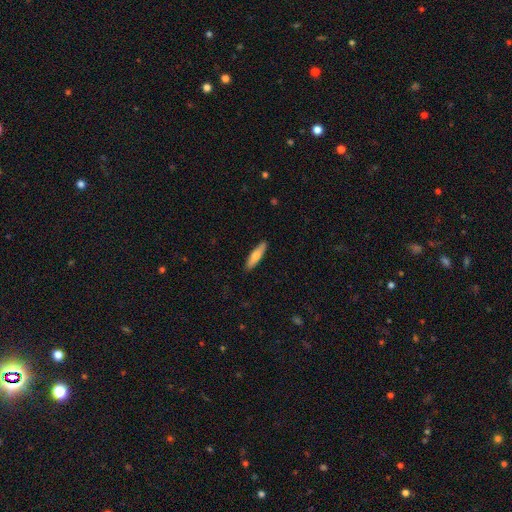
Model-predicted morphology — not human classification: Smooth or featured?
  - smooth: 67% *
  - featured or disk: 27%
  - star or artifact: 6%
How rounded?
  - cigar-shaped: 73% *
  - in between: 25%
  - round: 2%
Merging?
  - none: 88% *
  - minor disturbance: 9%
  - major disturbance: 2%
  - merger: 1%